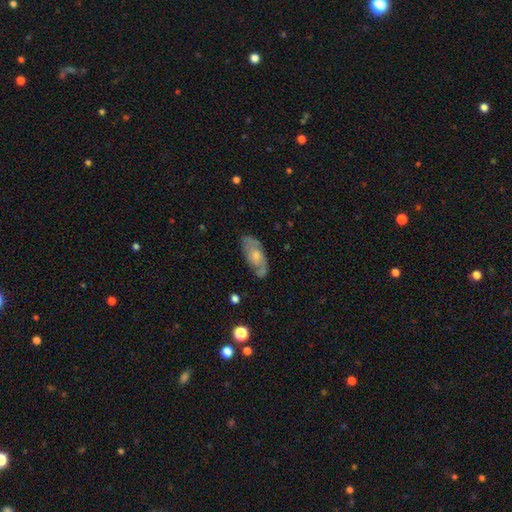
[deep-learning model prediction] Q: Smooth or featured?
A: featured or disk (58%); runner-up: smooth (35%)
Q: Edge-on disk?
A: no (87%); runner-up: yes (13%)
Q: Bar?
A: no (77%); runner-up: weak (20%)
Q: Spiral arms?
A: yes (71%); runner-up: no (29%)
Q: Bulge size?
A: moderate (55%); runner-up: small (30%)
Q: Merging?
A: none (70%); runner-up: minor disturbance (21%)